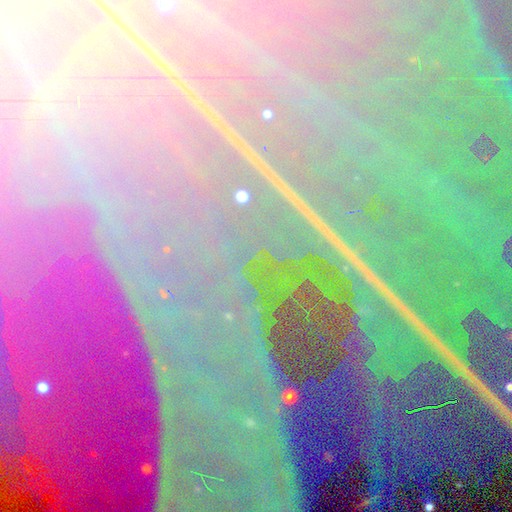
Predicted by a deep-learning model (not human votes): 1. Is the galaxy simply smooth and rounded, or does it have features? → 88% star or artifact, 7% featured or disk, 5% smooth.